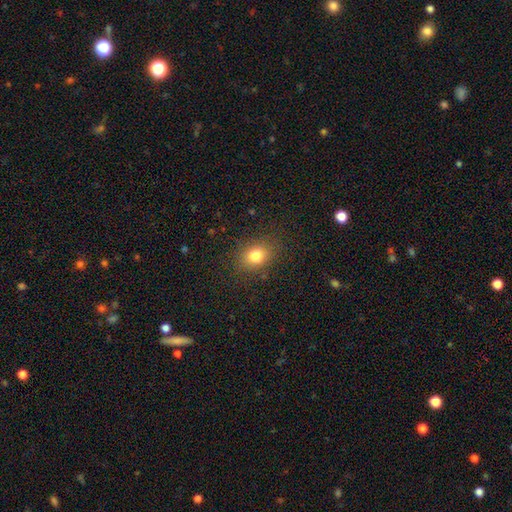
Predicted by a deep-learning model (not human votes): Smooth or featured: smooth — 80% (star or artifact — 13%)
How rounded: in between — 52% (round — 47%)
Merging: none — 85% (minor disturbance — 10%)